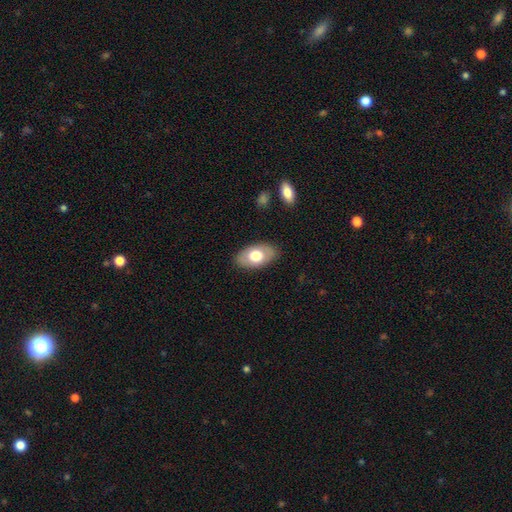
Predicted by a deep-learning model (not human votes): A smooth galaxy with no disk features (66%) that is in between round and cigar-shaped (93%).

Vote fractions:
- Smooth or featured? smooth: 66% / featured or disk: 28% / star or artifact: 6%
- How rounded? in between: 93% / round: 6% / cigar-shaped: 1%
- Merging? none: 85% / minor disturbance: 11% / major disturbance: 3% / merger: 1%